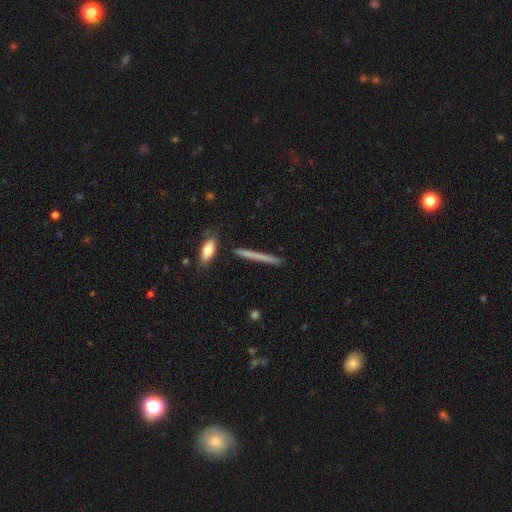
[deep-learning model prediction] The model was most divided on "smooth or featured": smooth: 57%, featured or disk: 35%, star or artifact: 7%. More confident: how rounded — cigar-shaped (95%); merging — none (87%).